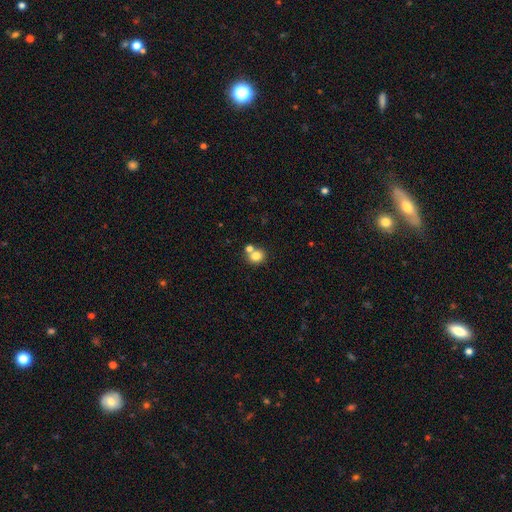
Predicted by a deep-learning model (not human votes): The model was most divided on "merging": none: 54%, merger: 35%, minor disturbance: 8%, major disturbance: 3%. More confident: smooth or featured — smooth (79%); how rounded — round (79%).